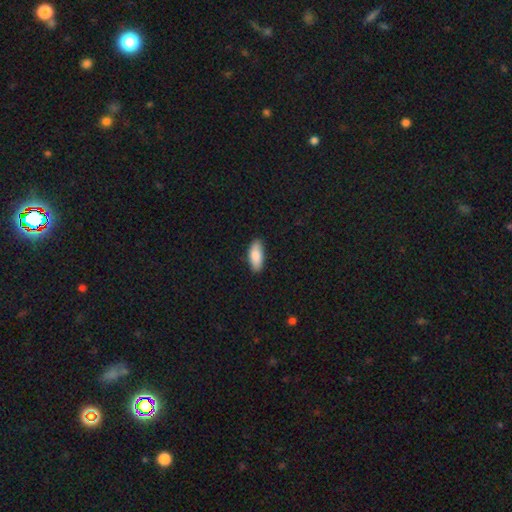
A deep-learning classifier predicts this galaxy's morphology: A smooth galaxy with no disk features (88%) that is in between round and cigar-shaped (84%). Merging: none (86%).